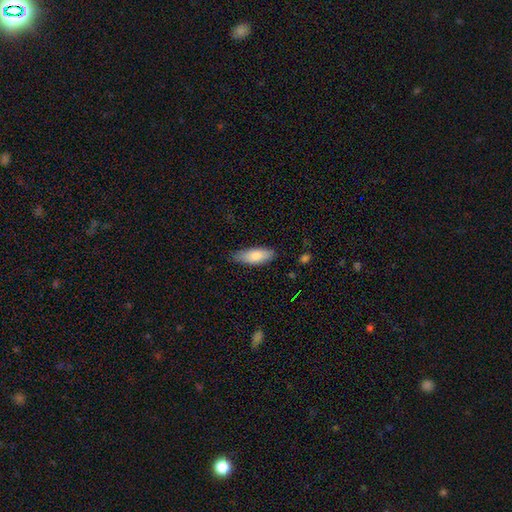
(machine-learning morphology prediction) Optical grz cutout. It shows a smooth galaxy with no disk features (82%) that is in between round and cigar-shaped (72%). Merging: none (79%).